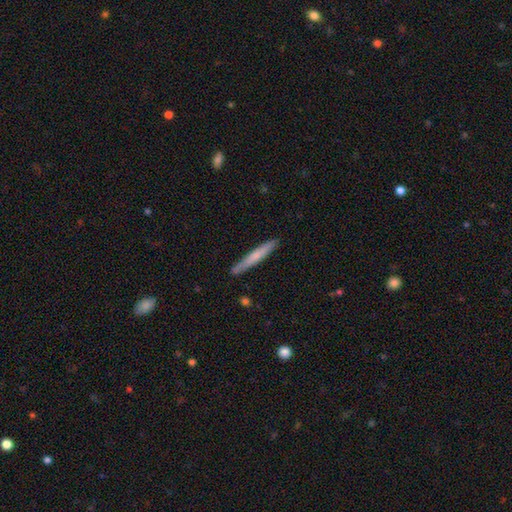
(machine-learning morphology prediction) Smooth or featured? smooth (62%)
How rounded? cigar-shaped (96%)
Merging? none (88%)